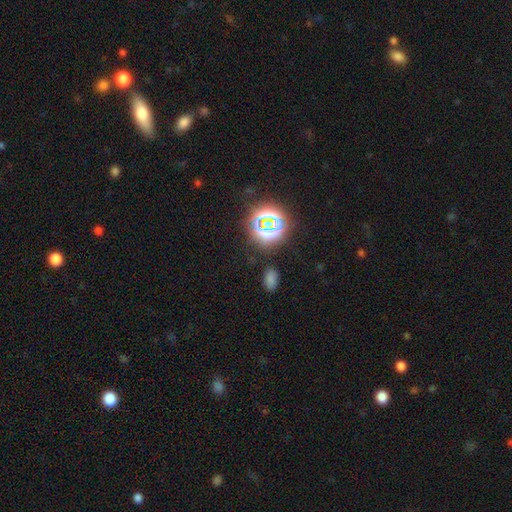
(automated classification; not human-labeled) This is likely a star or artifact rather than a galaxy (72%).